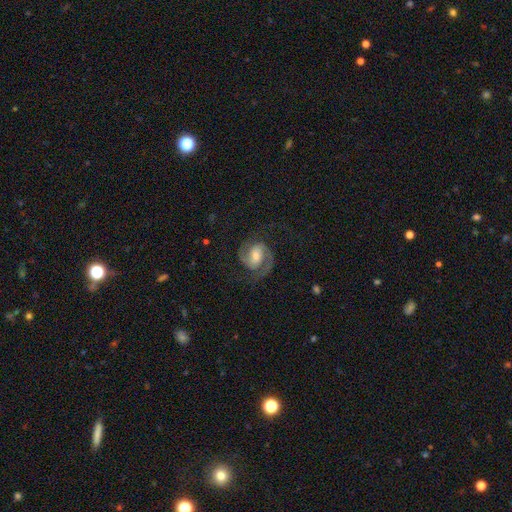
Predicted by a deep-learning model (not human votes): featured or disk 88%, smooth 7%, star or artifact 5%. Down the decision tree: edge-on disk — no (98%); bar — weak (47%); spiral arms — yes (98%); spiral arm count — 2 (92%); spiral winding — medium (55%); bulge size — moderate (53%); merging — none (76%).